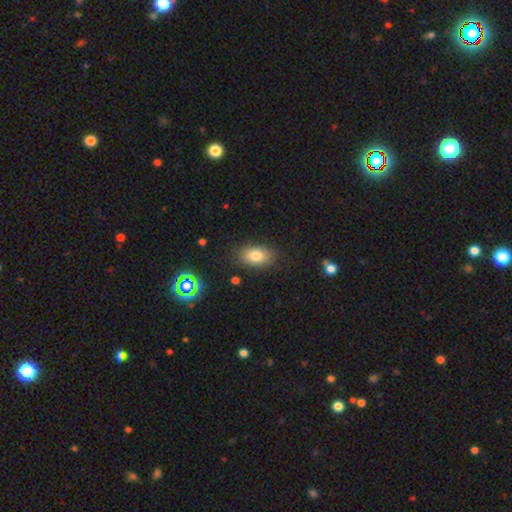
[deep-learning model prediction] This is clearly a smooth galaxy (81%). How rounded: clearly in between (87%). Merging: clearly none (83%).